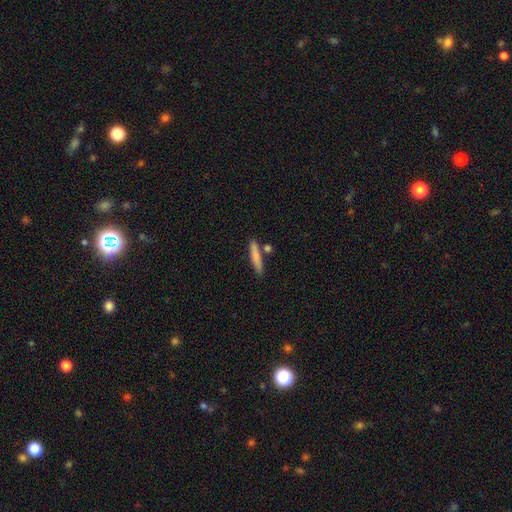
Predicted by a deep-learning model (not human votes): Morphology: type=smooth (79%); roundness=cigar-shaped (90%); merging=none (77%).